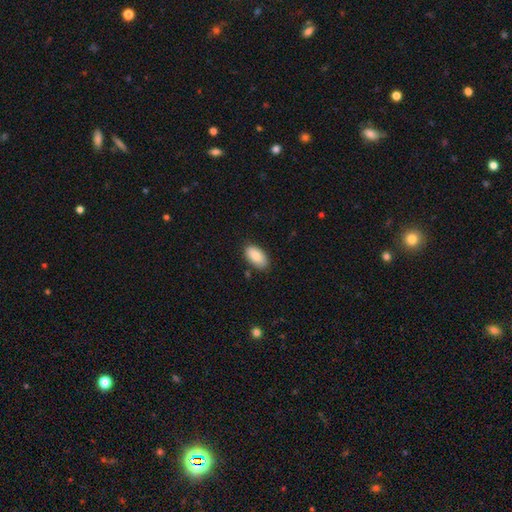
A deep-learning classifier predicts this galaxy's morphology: Smooth or featured? Predicted: smooth (p=0.87). How rounded? Predicted: in between (p=0.94). Merging? Predicted: none (p=0.83).